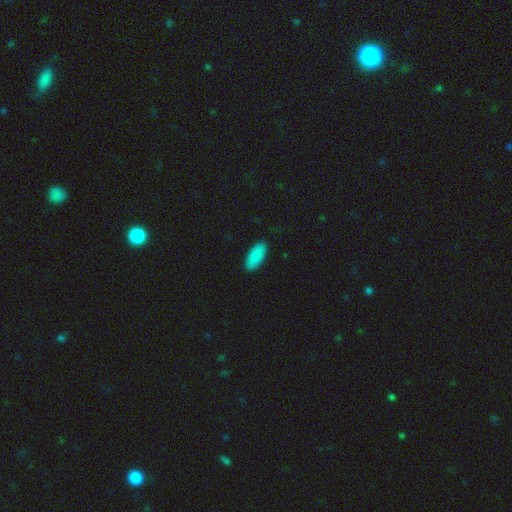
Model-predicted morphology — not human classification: The model was most divided on "how rounded": in between: 86%, cigar-shaped: 12%, round: 2%. More confident: smooth or featured — smooth (90%); merging — none (89%).